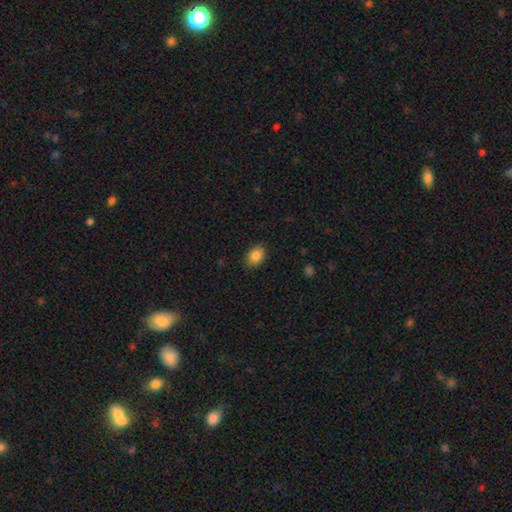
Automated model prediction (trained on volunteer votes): Morphology: type=smooth (85%); roundness=in between (78%); merging=none (86%).